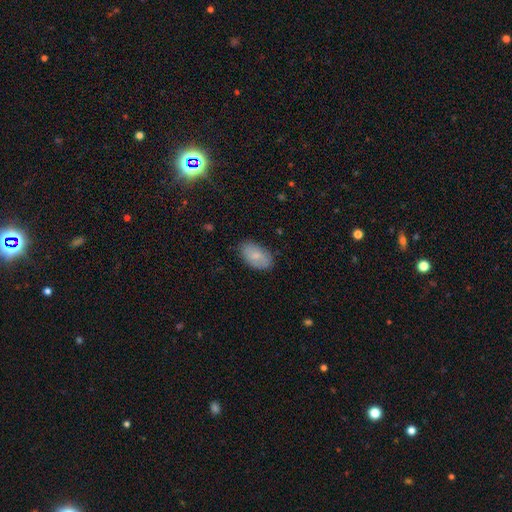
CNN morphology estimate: A smooth galaxy with no disk features (76%) that is in between round and cigar-shaped (93%).

Vote fractions:
- Smooth or featured? smooth: 76% / featured or disk: 18% / star or artifact: 6%
- How rounded? in between: 93% / round: 6% / cigar-shaped: 2%
- Merging? none: 80% / minor disturbance: 16% / major disturbance: 3% / merger: 1%